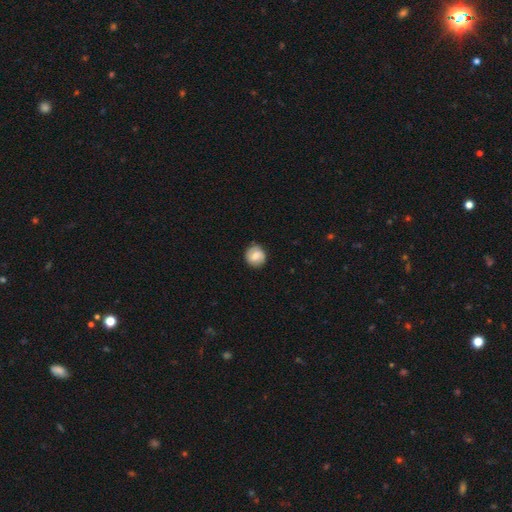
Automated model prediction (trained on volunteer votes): Q: Smooth or featured?
A: smooth (61%); runner-up: featured or disk (32%)
Q: How rounded?
A: round (88%); runner-up: in between (11%)
Q: Merging?
A: none (85%); runner-up: minor disturbance (11%)